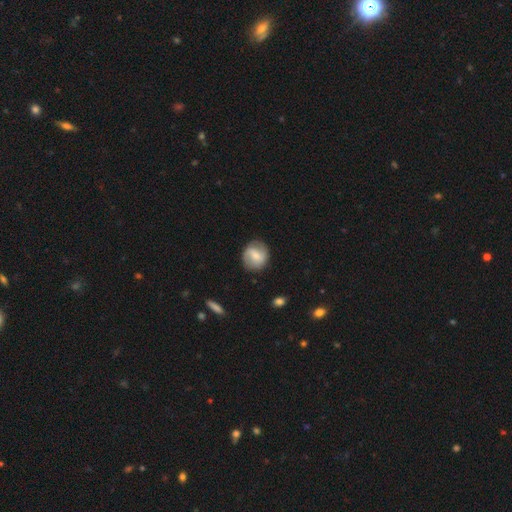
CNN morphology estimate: smooth-or-featured: featured or disk: 54% | smooth: 40% | star or artifact: 7%
  disk-edge-on: no: 97% | yes: 3%
    bar: weak: 50% | no: 26% | strong: 24%
    has-spiral-arms: yes: 84% | no: 16%
    bulge-size: small: 47% | moderate: 42% | none: 6% | large: 4% | dominant: 1%
  merging: none: 81% | minor disturbance: 14% | major disturbance: 4% | merger: 1%